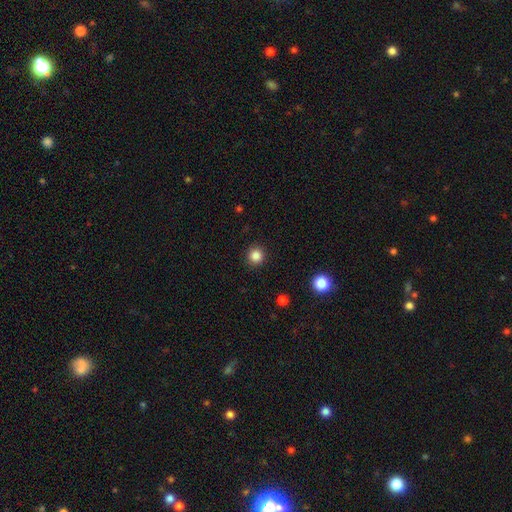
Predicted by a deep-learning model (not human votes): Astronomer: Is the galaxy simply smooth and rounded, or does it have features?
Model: smooth — 84%.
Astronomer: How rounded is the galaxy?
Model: round — 94%.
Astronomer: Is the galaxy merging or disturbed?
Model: none — 91%.